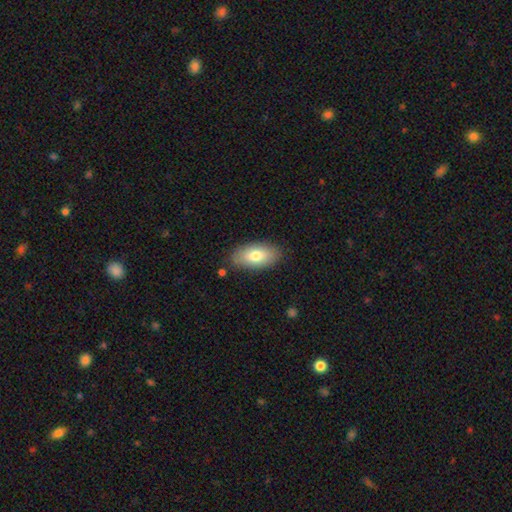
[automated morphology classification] Smooth or featured? smooth (77%)
How rounded? in between (92%)
Merging? none (84%)